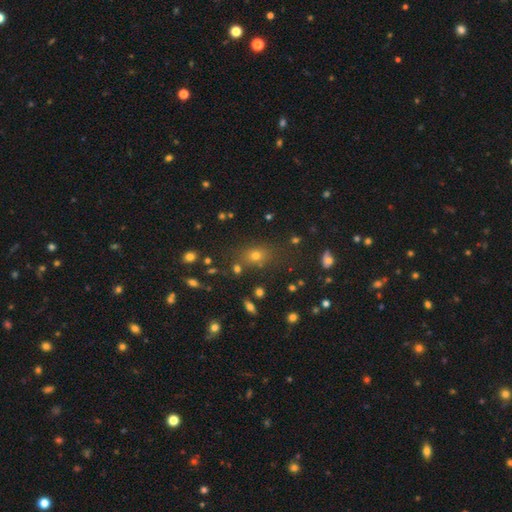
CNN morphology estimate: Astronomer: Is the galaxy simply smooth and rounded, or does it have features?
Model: smooth — 64%.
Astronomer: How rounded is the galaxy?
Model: round — 51% (runner-up: in between, 47%).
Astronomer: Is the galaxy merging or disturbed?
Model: none — 76%.